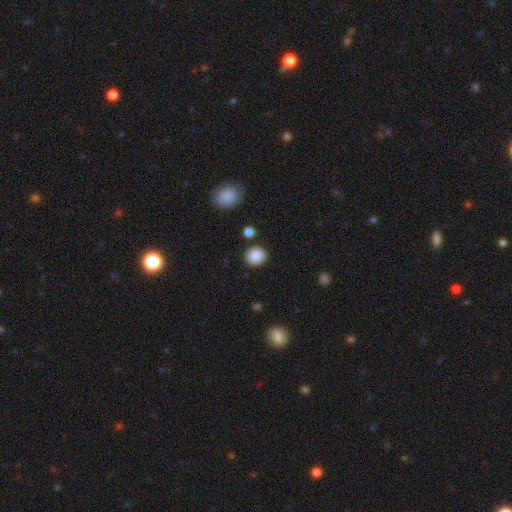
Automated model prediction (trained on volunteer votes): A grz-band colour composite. It shows a smooth galaxy with no disk features (88%) that is round (88%). Merging: none (86%).